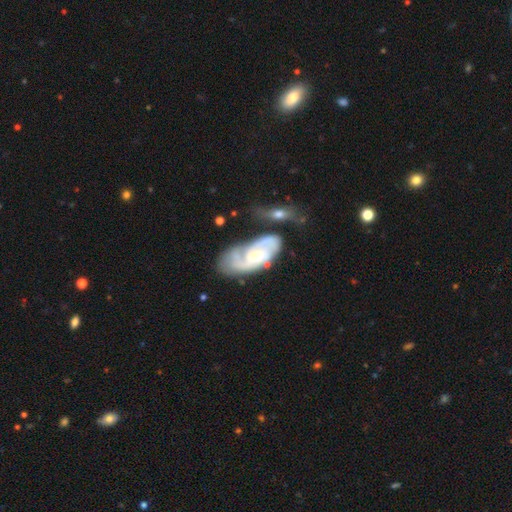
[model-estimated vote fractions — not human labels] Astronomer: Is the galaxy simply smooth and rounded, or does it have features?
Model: featured or disk — 80%.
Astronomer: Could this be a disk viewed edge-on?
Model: no — 95%.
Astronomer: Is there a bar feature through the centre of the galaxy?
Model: no — 63%.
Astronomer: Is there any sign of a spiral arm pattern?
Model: yes — 92%.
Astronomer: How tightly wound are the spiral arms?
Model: tight — 42%, tied with medium at 42%.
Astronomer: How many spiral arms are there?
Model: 2 — 53%.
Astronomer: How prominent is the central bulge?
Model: small — 53% (runner-up: moderate, 42%).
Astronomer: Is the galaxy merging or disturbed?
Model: none — 44% (runner-up: minor disturbance, 22%).